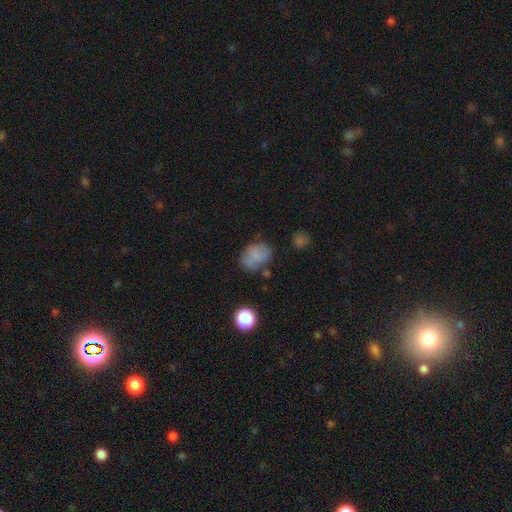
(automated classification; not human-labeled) smooth-or-featured: smooth: 77% | star or artifact: 12% | featured or disk: 11%
  how-rounded: in between: 65% | round: 34% | cigar-shaped: 1%
  merging: none: 65% | minor disturbance: 22% | major disturbance: 8% | merger: 5%